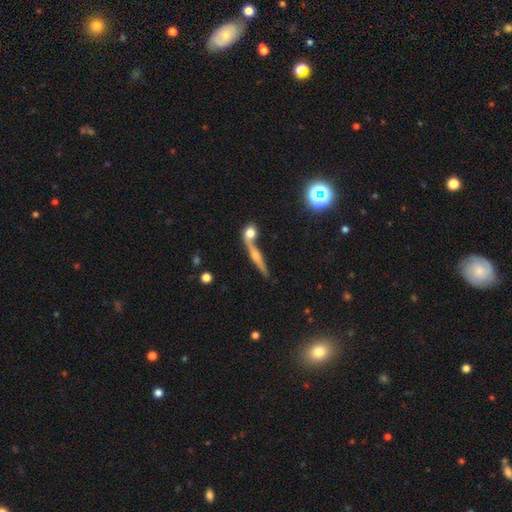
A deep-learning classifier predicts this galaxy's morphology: Smooth or featured? featured or disk (58%)
Edge-on disk? yes (89%)
Edge-on bulge? rounded (75%)
Merging? none (53%)